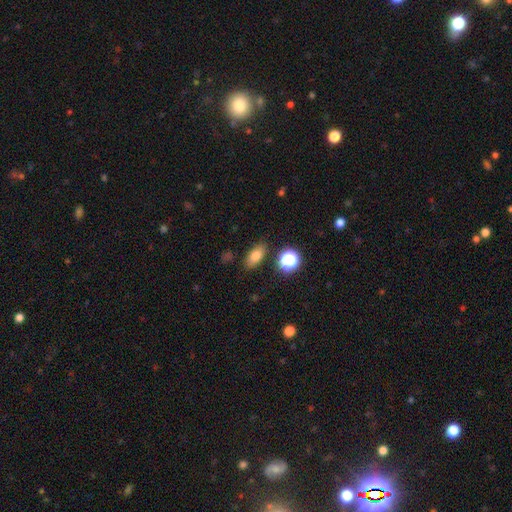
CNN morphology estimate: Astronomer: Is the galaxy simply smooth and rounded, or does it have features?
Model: smooth — 77%.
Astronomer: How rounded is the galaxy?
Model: in between — 78%.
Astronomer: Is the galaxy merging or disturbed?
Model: none — 83%.